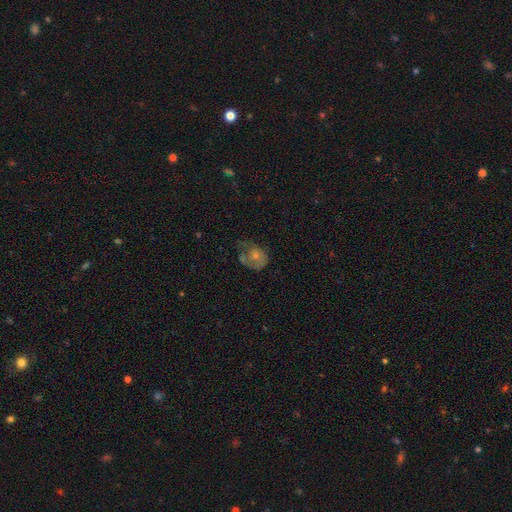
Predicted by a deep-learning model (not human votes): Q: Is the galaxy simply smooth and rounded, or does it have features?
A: featured or disk — 53%.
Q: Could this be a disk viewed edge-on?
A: no — 96%.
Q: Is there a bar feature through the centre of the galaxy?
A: no — 86%.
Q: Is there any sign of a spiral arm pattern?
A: yes — 50%, tied with no.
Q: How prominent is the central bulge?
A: moderate — 47%.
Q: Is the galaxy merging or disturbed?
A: none — 40%.